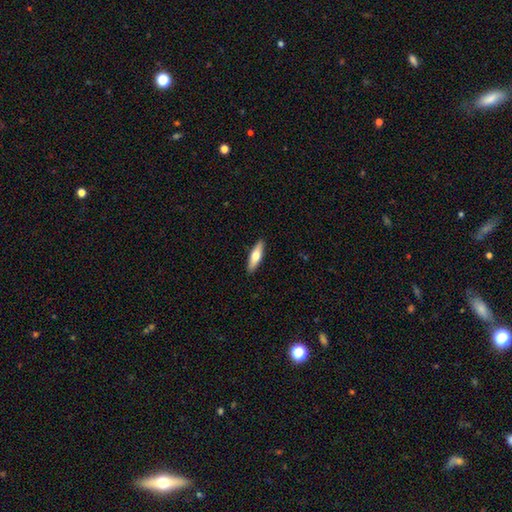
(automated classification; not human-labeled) The model was most divided on "how rounded": cigar-shaped: 60%, in between: 38%, round: 2%. More confident: merging — none (90%); smooth or featured — smooth (61%).